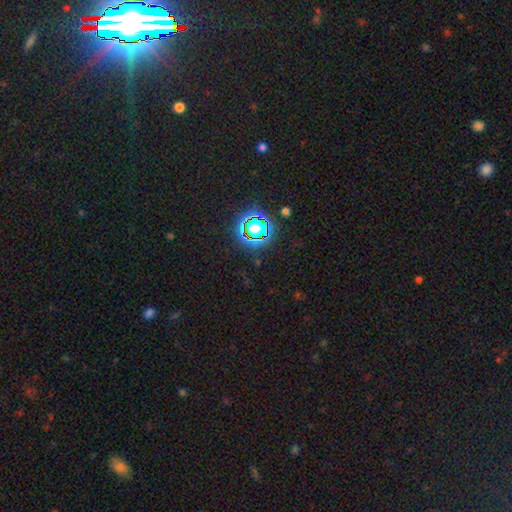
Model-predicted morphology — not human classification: Smooth or featured? Predicted: star or artifact (p=0.79).